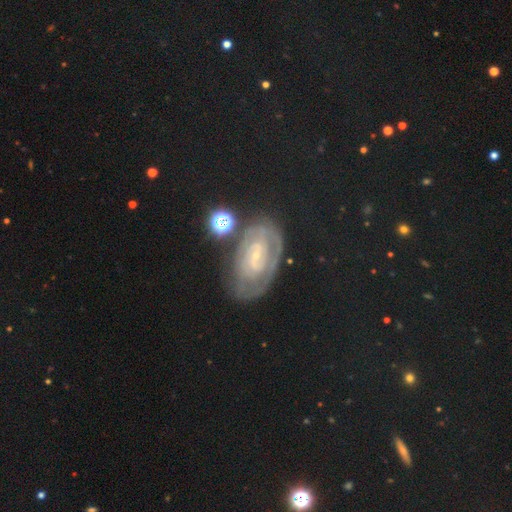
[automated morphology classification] Q: Smooth or featured?
A: featured or disk (67%); runner-up: smooth (17%)
Q: Edge-on disk?
A: no (95%); runner-up: yes (5%)
Q: Bar?
A: no (57%); runner-up: weak (34%)
Q: Spiral arms?
A: yes (78%); runner-up: no (22%)
Q: Bulge size?
A: small (80%); runner-up: moderate (13%)
Q: Merging?
A: none (60%); runner-up: minor disturbance (23%)